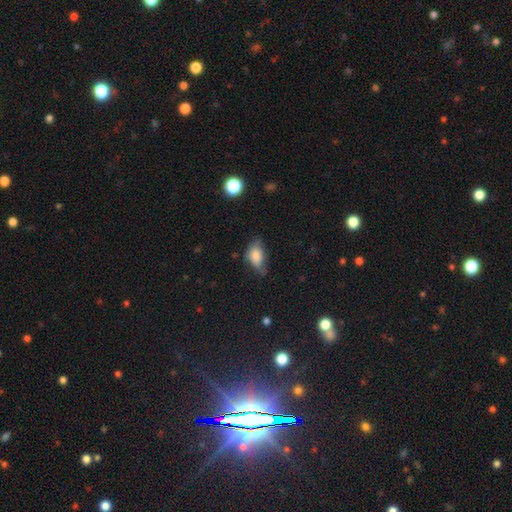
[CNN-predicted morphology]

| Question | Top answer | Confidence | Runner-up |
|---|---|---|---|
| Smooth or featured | smooth | 75% | featured or disk (16%) |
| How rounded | in between | 87% | round (9%) |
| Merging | minor disturbance | 41% | none (40%) |